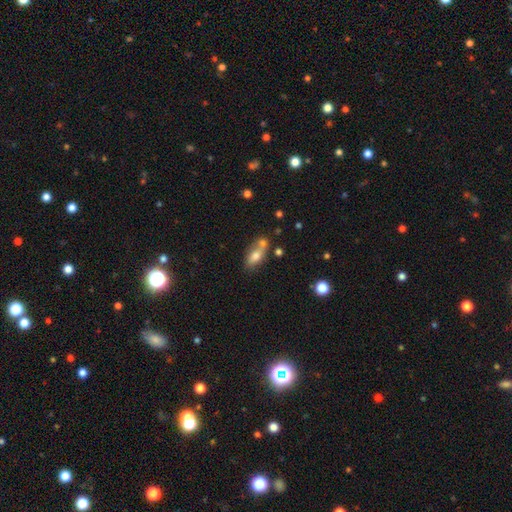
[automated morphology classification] Smooth or featured: smooth — 71% (featured or disk — 20%)
How rounded: in between — 80% (cigar-shaped — 12%)
Merging: none — 47% (merger — 34%)